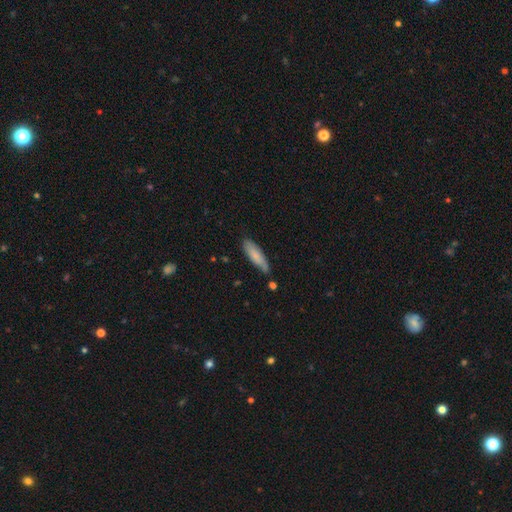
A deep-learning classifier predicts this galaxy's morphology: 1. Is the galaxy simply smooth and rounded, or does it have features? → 73% smooth, 21% featured or disk, 6% star or artifact.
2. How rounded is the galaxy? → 54% cigar-shaped, 44% in between, 2% round.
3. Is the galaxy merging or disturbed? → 68% none, 23% minor disturbance, 5% merger, 4% major disturbance.